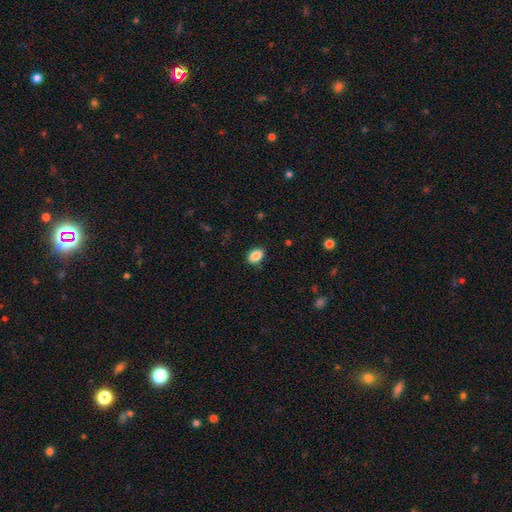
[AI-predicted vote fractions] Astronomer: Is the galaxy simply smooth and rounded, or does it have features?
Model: smooth — 88%.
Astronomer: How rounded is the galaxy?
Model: in between — 83%.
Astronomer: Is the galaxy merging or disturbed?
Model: none — 88%.